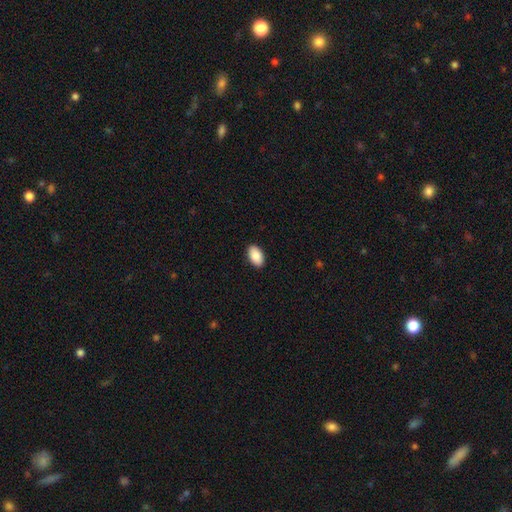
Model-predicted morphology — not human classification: smooth_or_featured: smooth (p=0.90) [alt: star or artifact p=0.06]
how_rounded: in between (p=0.95) [alt: round p=0.04]
merging: none (p=0.91) [alt: minor disturbance p=0.07]